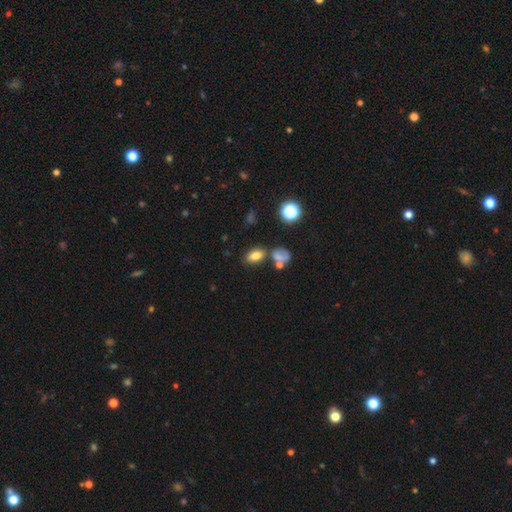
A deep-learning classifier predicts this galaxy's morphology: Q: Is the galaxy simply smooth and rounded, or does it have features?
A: smooth — 77%.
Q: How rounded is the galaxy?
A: in between — 85%.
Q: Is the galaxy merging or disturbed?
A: none — 66%.